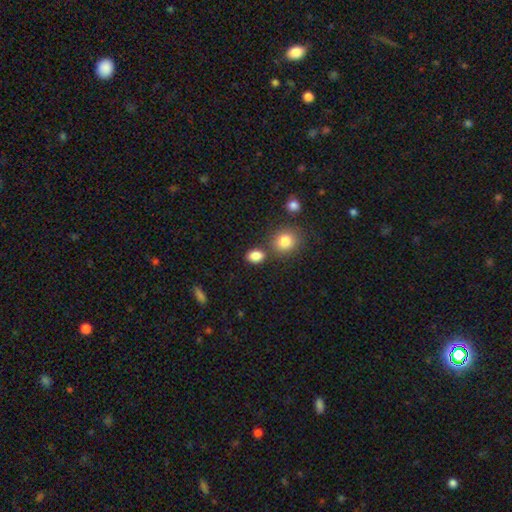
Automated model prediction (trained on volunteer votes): Smooth or featured: smooth — 86% (star or artifact — 10%)
How rounded: in between — 66% (round — 32%)
Merging: none — 72% (merger — 13%)